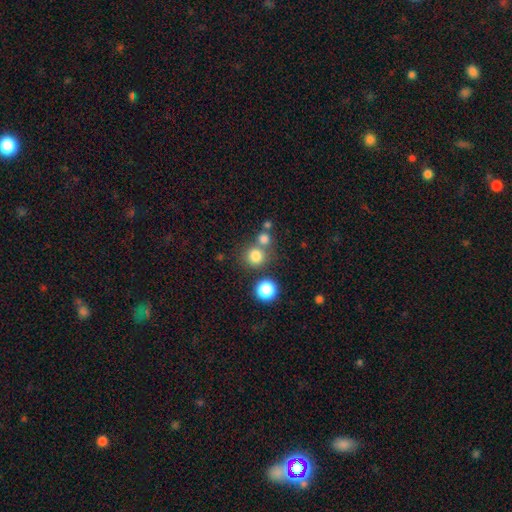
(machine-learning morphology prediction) A smooth galaxy with no disk features (77%) that is round (91%).

Vote fractions:
- Smooth or featured? smooth: 77% / star or artifact: 15% / featured or disk: 7%
- How rounded? round: 91% / in between: 8% / cigar-shaped: 1%
- Merging? none: 65% / merger: 24% / minor disturbance: 7% / major disturbance: 4%